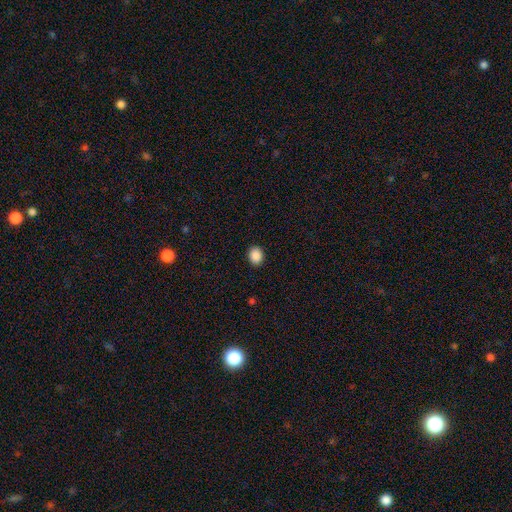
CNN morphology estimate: This is clearly a smooth galaxy (89%). How rounded: possibly round (57%). Merging: clearly none (91%).